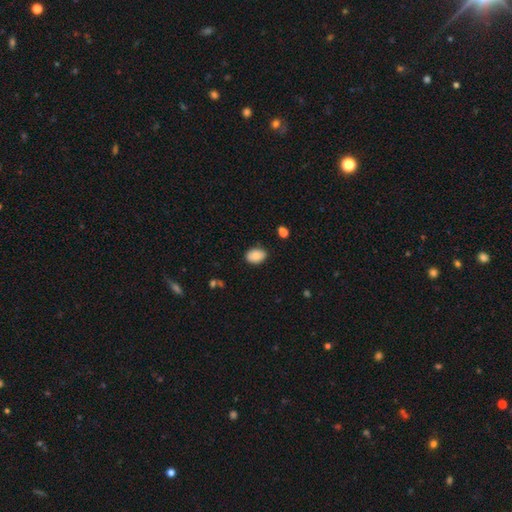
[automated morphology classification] smooth-or-featured: smooth: 85% | featured or disk: 8% | star or artifact: 8%
  how-rounded: in between: 78% | round: 20% | cigar-shaped: 1%
  merging: none: 82% | minor disturbance: 14% | major disturbance: 2% | merger: 2%